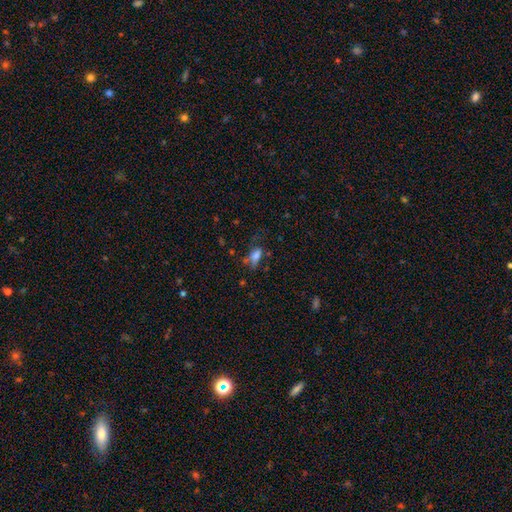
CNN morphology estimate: smooth 69%, featured or disk 18%, star or artifact 13%. Down the decision tree: how rounded — in between (81%); merging — none (43%).